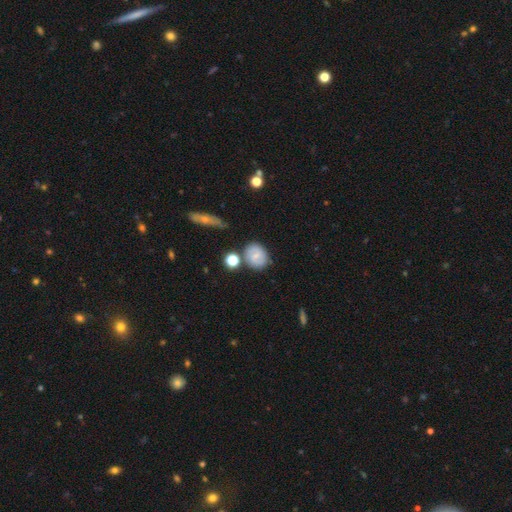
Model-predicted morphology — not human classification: smooth_or_featured: smooth (p=0.57) [alt: featured or disk p=0.33]
how_rounded: round (p=0.62) [alt: in between p=0.37]
merging: none (p=0.71) [alt: minor disturbance p=0.15]